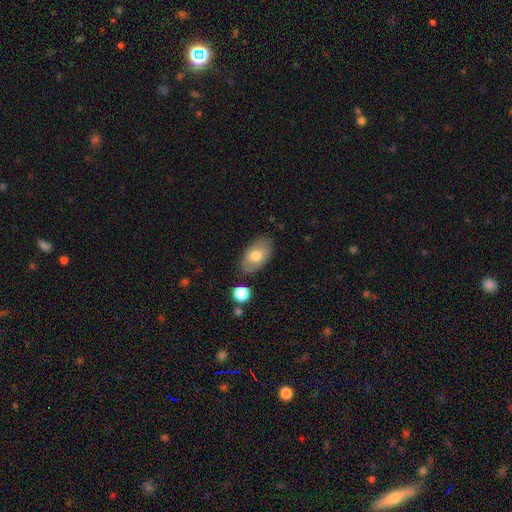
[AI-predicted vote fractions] Overall: smooth (72%). How rounded: in between (92%). Merging: none (79%).